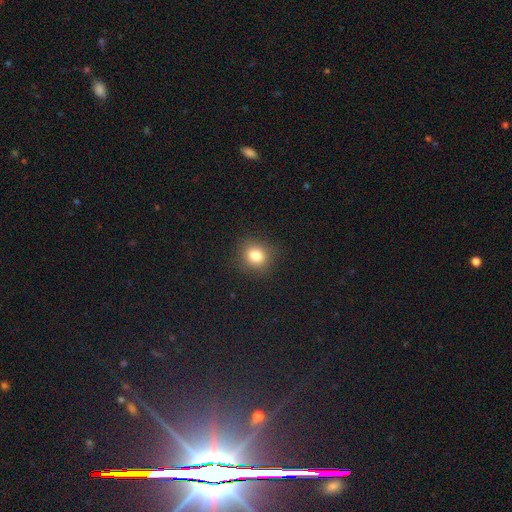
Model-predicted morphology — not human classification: The model was most divided on "how rounded": round: 83%, in between: 16%, cigar-shaped: 1%. More confident: merging — none (89%); smooth or featured — smooth (81%).